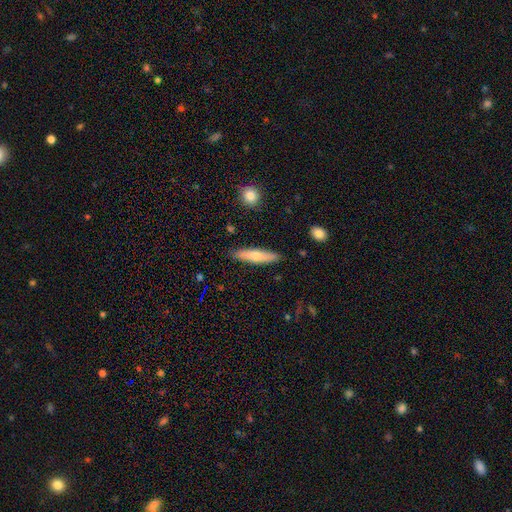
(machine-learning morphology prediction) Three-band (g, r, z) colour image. It shows a smooth galaxy with no disk features (61%) that is cigar-shaped (81%). Merging: none (88%).